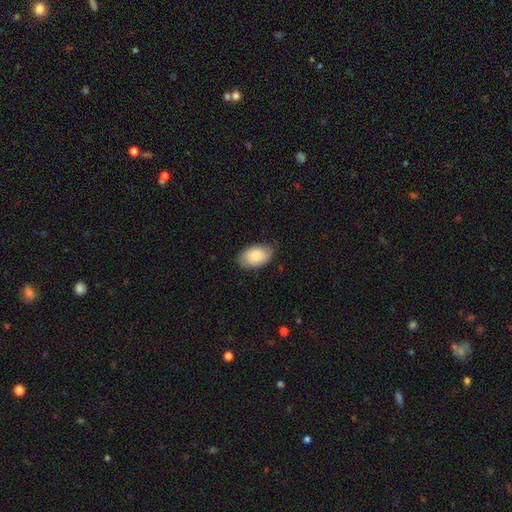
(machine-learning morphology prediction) The model was most divided on "merging": none: 80%, minor disturbance: 16%, major disturbance: 3%, merger: 1%. More confident: how rounded — in between (93%); smooth or featured — smooth (83%).